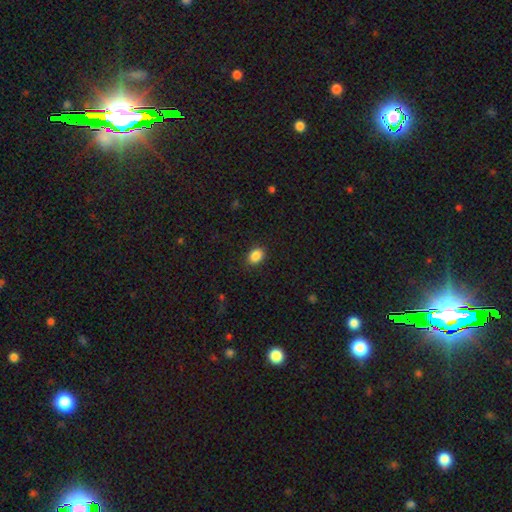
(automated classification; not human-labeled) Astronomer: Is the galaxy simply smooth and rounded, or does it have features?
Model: smooth — 88%.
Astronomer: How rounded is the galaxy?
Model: in between — 72%.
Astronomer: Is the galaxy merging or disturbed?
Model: none — 88%.